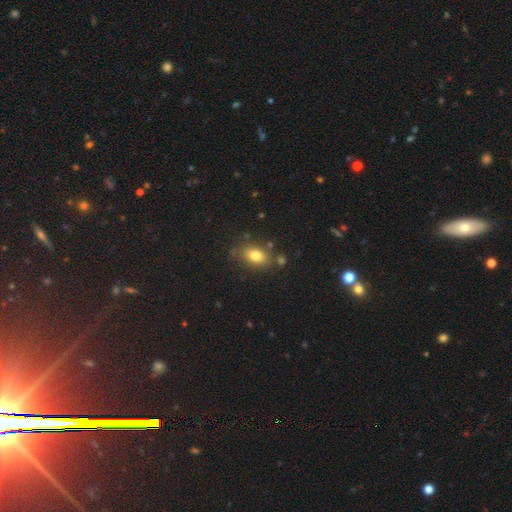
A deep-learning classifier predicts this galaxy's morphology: Q: Smooth or featured?
A: smooth (80%); runner-up: featured or disk (11%)
Q: How rounded?
A: in between (83%); runner-up: round (14%)
Q: Merging?
A: none (76%); runner-up: minor disturbance (14%)